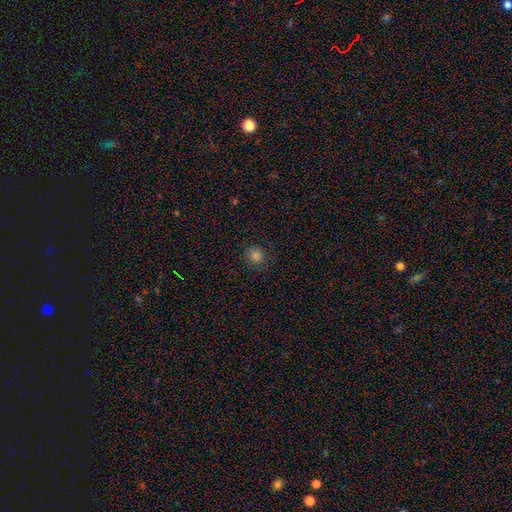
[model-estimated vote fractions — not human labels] smooth_or_featured: smooth (p=0.76) [alt: star or artifact p=0.18]
how_rounded: round (p=0.90) [alt: in between p=0.09]
merging: none (p=0.86) [alt: minor disturbance p=0.10]